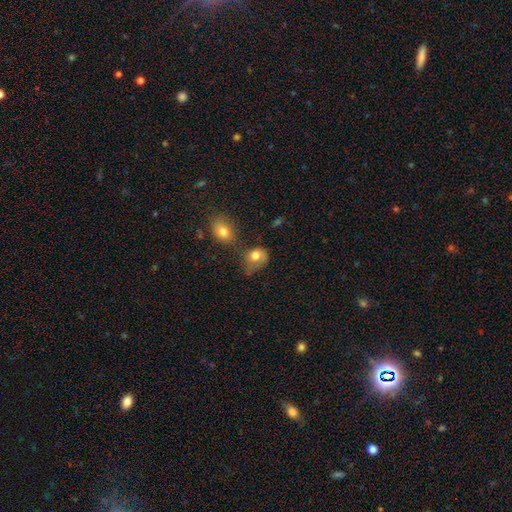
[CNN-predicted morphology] Smooth or featured: smooth — 77% (featured or disk — 13%)
How rounded: round — 52% (in between — 47%)
Merging: none — 35% (minor disturbance — 30%)